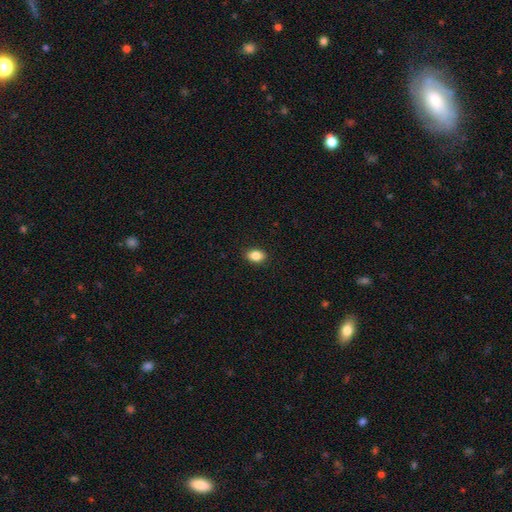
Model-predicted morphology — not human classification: Smooth or featured? smooth (86%)
How rounded? in between (82%)
Merging? none (90%)